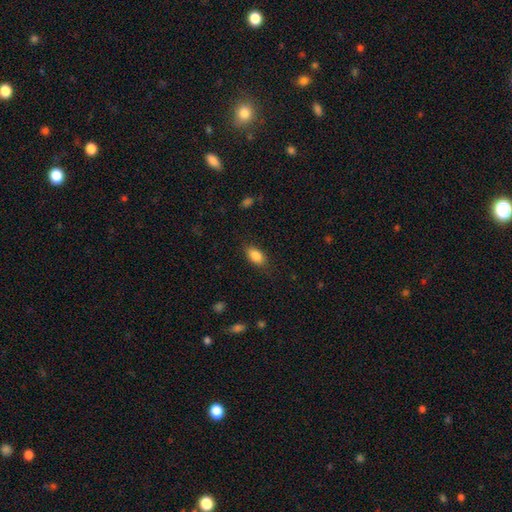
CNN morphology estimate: Smooth or featured: smooth — 86% (star or artifact — 8%)
How rounded: in between — 89% (round — 8%)
Merging: none — 83% (minor disturbance — 13%)